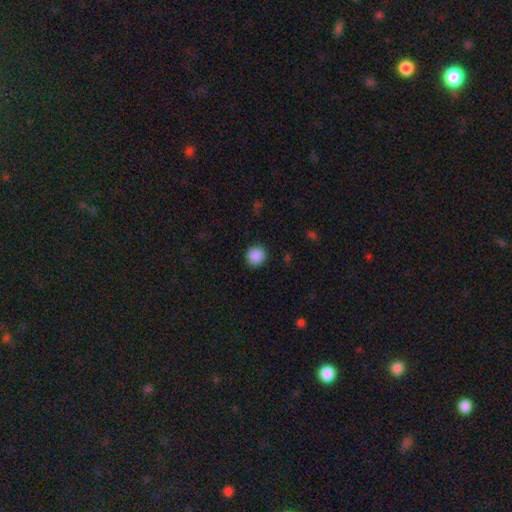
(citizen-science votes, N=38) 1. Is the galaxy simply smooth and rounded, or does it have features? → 89% smooth, 5% featured or disk, 5% star or artifact.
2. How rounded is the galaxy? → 85% round, 15% in between, 0% cigar-shaped.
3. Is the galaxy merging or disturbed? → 92% none, 3% minor disturbance, 3% major disturbance, 3% merger.